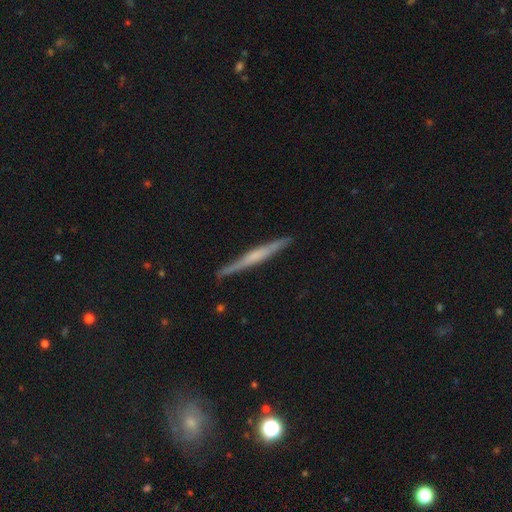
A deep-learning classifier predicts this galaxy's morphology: featured or disk 65%, smooth 29%, star or artifact 6%. Down the decision tree: edge-on disk — yes (97%); edge-on bulge — rounded (40%, tied with none); merging — none (88%).